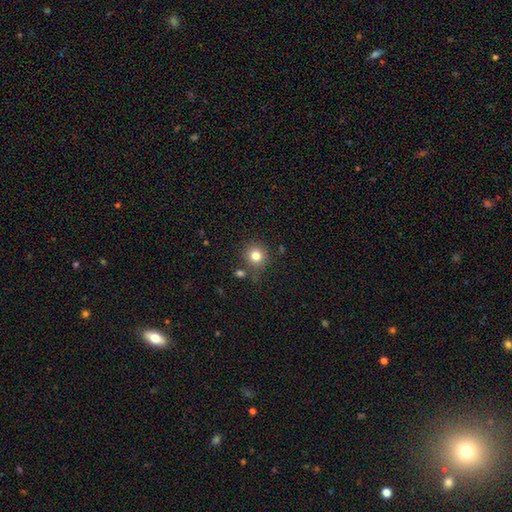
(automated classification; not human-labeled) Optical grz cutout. It shows a smooth galaxy with no disk features (80%) that is round (90%). Merging: none (76%).